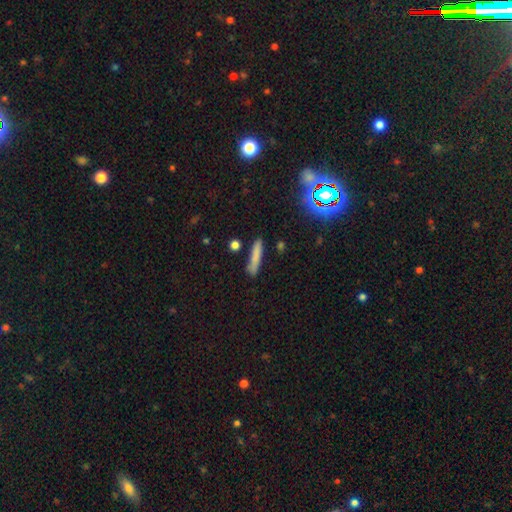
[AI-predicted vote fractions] Smooth or featured: smooth — 78% (featured or disk — 13%)
How rounded: cigar-shaped — 89% (in between — 9%)
Merging: none — 78% (minor disturbance — 14%)